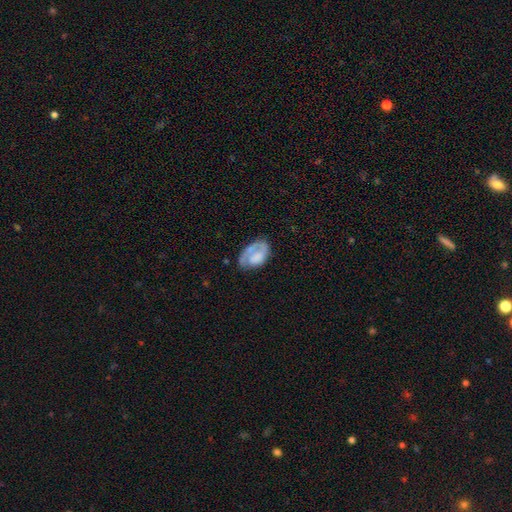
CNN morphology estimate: smooth_or_featured: smooth (p=0.50) [alt: featured or disk p=0.43]
how_rounded: in between (p=0.90) [alt: round p=0.08]
merging: none (p=0.49) [alt: minor disturbance p=0.27]